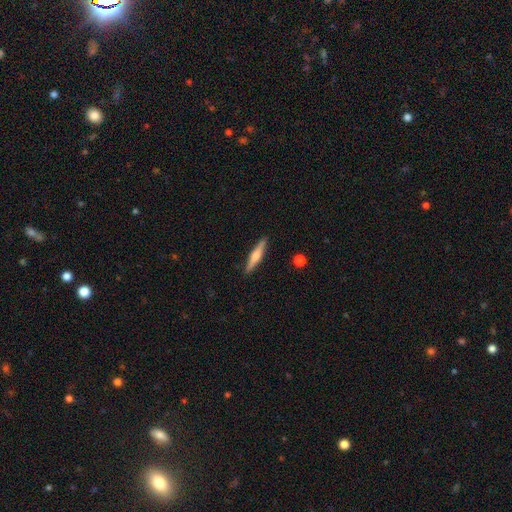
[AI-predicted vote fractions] smooth_or_featured: featured or disk (p=0.56) [alt: smooth p=0.38]
disk_edge_on: yes (p=0.97) [alt: no p=0.03]
edge_on_bulge: rounded (p=0.83) [alt: boxy p=0.10]
merging: none (p=0.90) [alt: minor disturbance p=0.07]